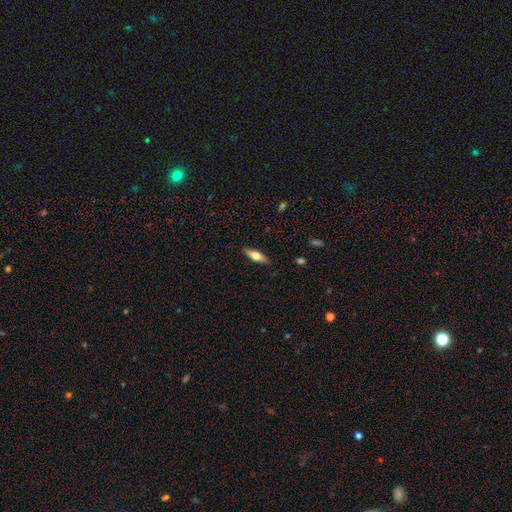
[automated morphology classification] This appears to be a smooth galaxy with no disk features (49%). Merging: none (88%).